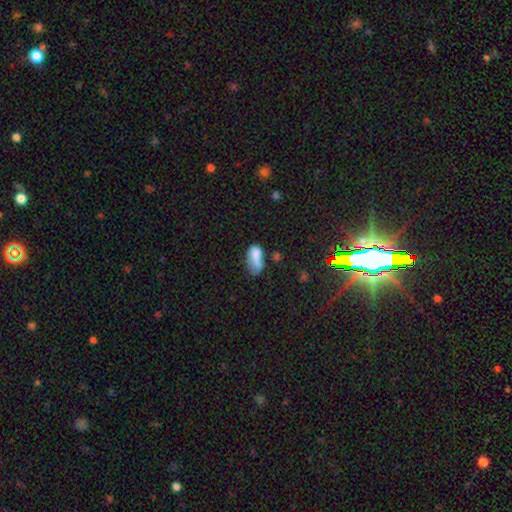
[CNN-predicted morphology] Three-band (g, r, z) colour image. It shows a smooth galaxy with no disk features (75%) that is in between round and cigar-shaped (88%). Merging: minor disturbance (30%).